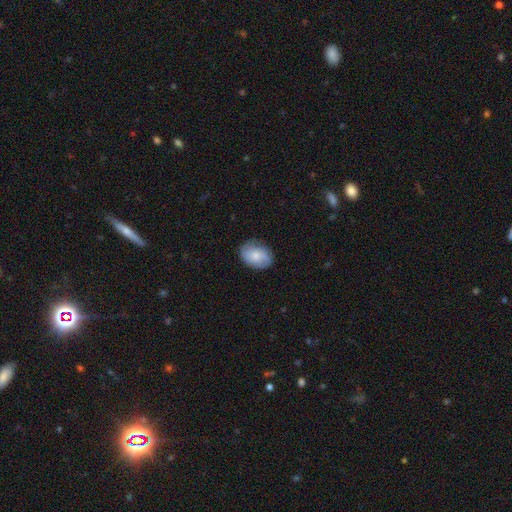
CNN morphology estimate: Q: Smooth or featured?
A: smooth (65%); runner-up: featured or disk (28%)
Q: How rounded?
A: in between (71%); runner-up: round (28%)
Q: Merging?
A: none (78%); runner-up: minor disturbance (17%)